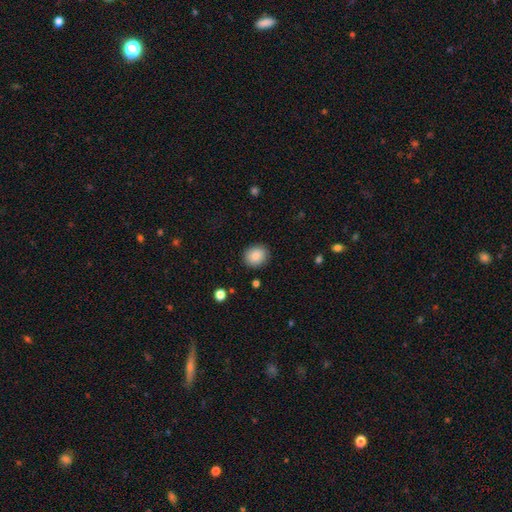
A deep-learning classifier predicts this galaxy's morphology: smooth_or_featured: smooth (p=0.86) [alt: star or artifact p=0.08]
how_rounded: round (p=0.77) [alt: in between p=0.22]
merging: none (p=0.89) [alt: minor disturbance p=0.07]